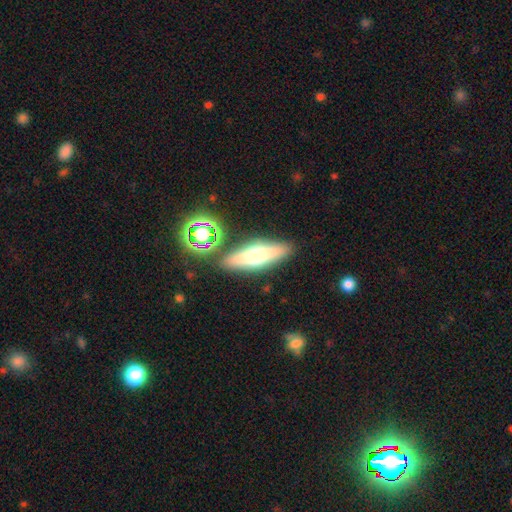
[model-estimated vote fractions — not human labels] This appears to be a smooth galaxy with no disk features (48%). Merging: none (84%).